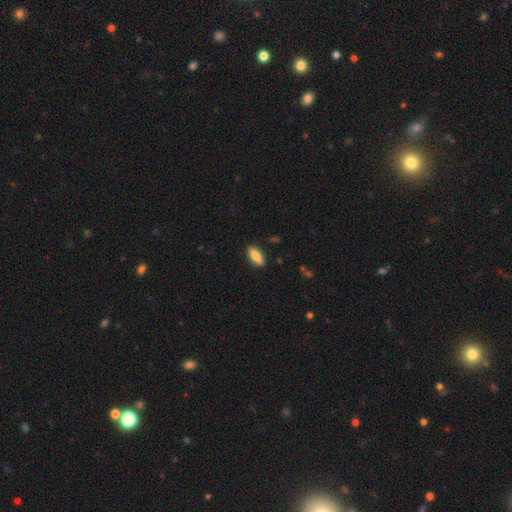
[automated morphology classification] Smooth or featured: smooth — 77% (featured or disk — 17%)
How rounded: in between — 69% (cigar-shaped — 28%)
Merging: none — 88% (minor disturbance — 9%)